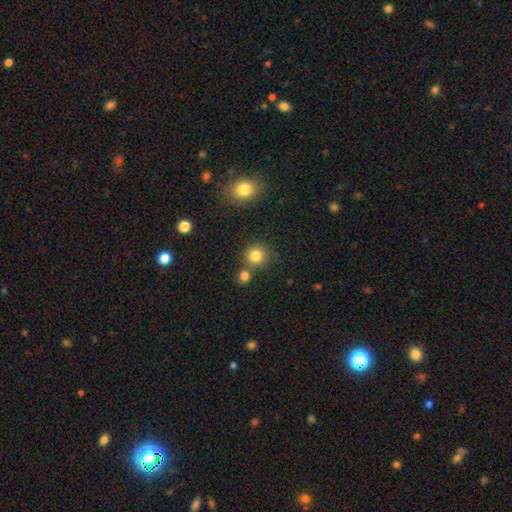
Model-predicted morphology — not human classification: Smooth or featured: smooth — 82% (star or artifact — 12%)
How rounded: round — 89% (in between — 10%)
Merging: none — 71% (merger — 18%)